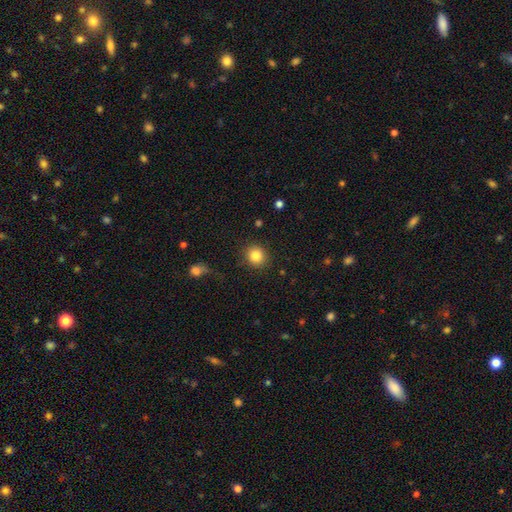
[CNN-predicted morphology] Smooth or featured?
  - smooth: 86% *
  - star or artifact: 10%
  - featured or disk: 5%
How rounded?
  - round: 87% *
  - in between: 12%
  - cigar-shaped: 1%
Merging?
  - none: 88% *
  - minor disturbance: 7%
  - major disturbance: 3%
  - merger: 2%